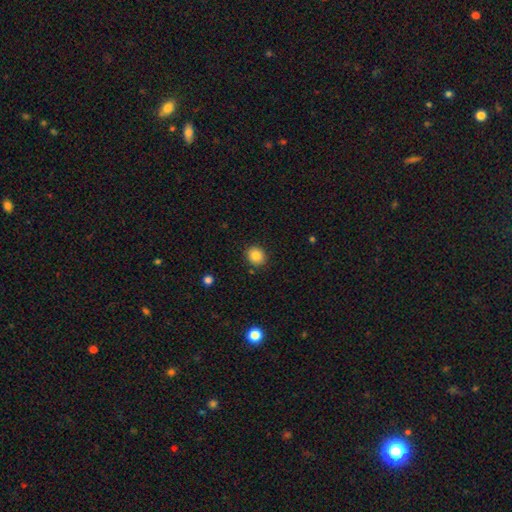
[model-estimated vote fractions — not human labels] Smooth or featured? Predicted: smooth (p=0.85). How rounded? Predicted: round (p=0.70). Merging? Predicted: none (p=0.89).